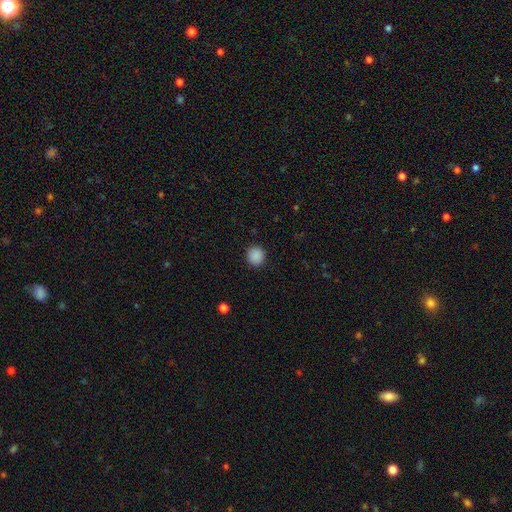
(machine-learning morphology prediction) smooth-or-featured: smooth: 89% | star or artifact: 9% | featured or disk: 2%
  how-rounded: round: 91% | in between: 8% | cigar-shaped: 1%
  merging: none: 91% | minor disturbance: 6% | major disturbance: 2% | merger: 1%